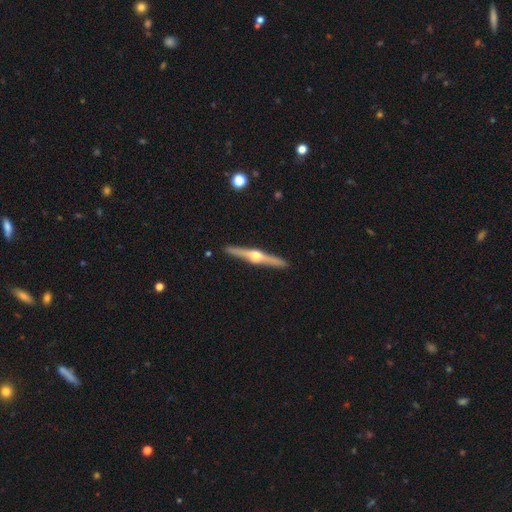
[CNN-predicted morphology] A featured or disk galaxy (81%) viewed edge-on (98%) with a rounded central bulge (96%). Merging: none (92%).